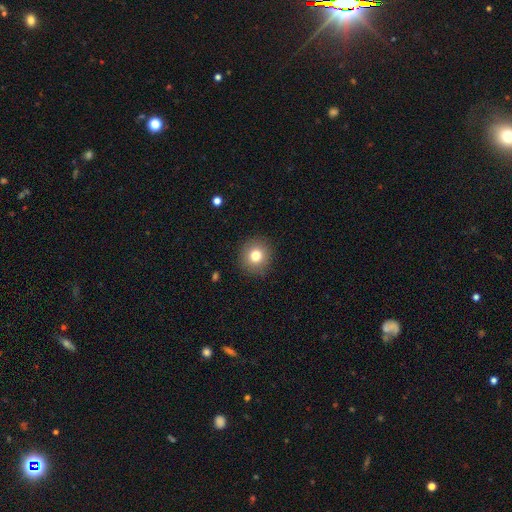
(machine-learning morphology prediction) smooth_or_featured: smooth (p=0.78) [alt: star or artifact p=0.12]
how_rounded: round (p=0.92) [alt: in between p=0.07]
merging: none (p=0.90) [alt: minor disturbance p=0.06]